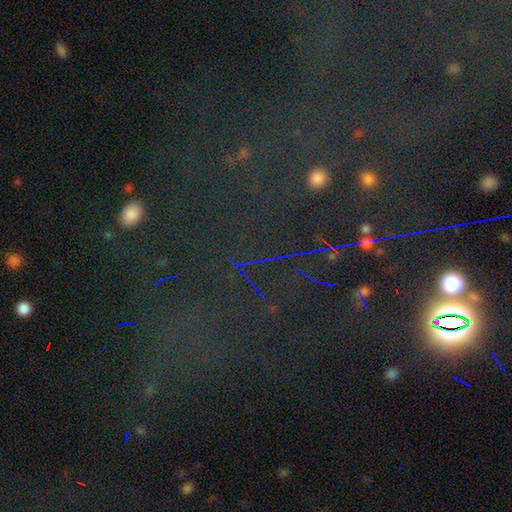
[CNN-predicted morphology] Smooth or featured: star or artifact — 74% (smooth — 16%)